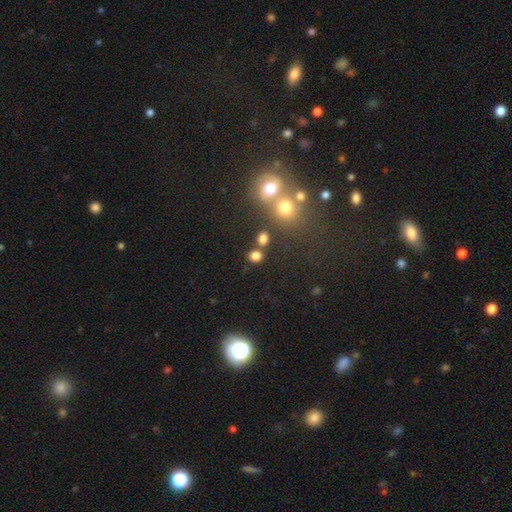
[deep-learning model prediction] Morphology: type=smooth (77%); roundness=round (67%); merging=none (68%).